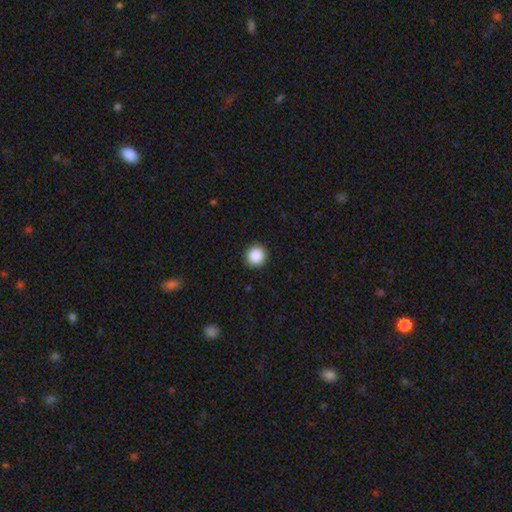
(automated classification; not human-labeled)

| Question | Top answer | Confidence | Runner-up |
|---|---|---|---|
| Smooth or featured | smooth | 88% | star or artifact (9%) |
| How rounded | round | 95% | in between (4%) |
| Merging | none | 92% | minor disturbance (5%) |